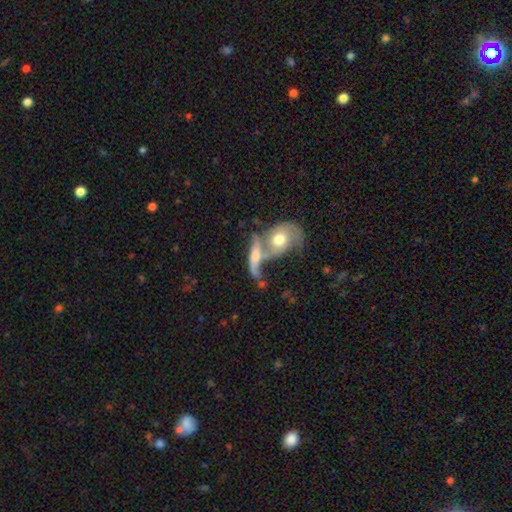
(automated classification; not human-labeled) Smooth or featured? featured or disk (59%)
Edge-on disk? no (75%)
Merging? merger (68%)